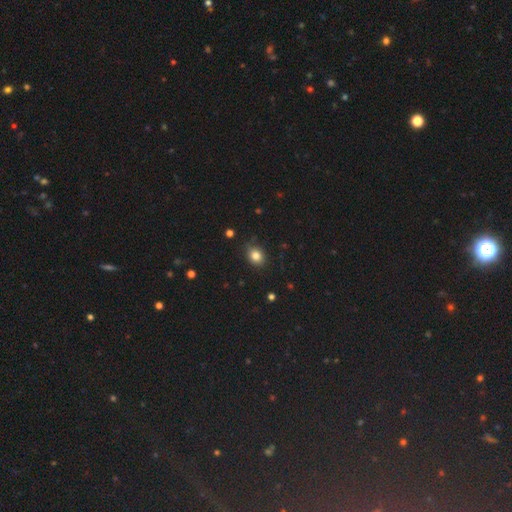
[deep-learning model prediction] This appears to be a smooth galaxy with no disk features (83%) that is in between round and cigar-shaped (51%). Merging: none (80%).